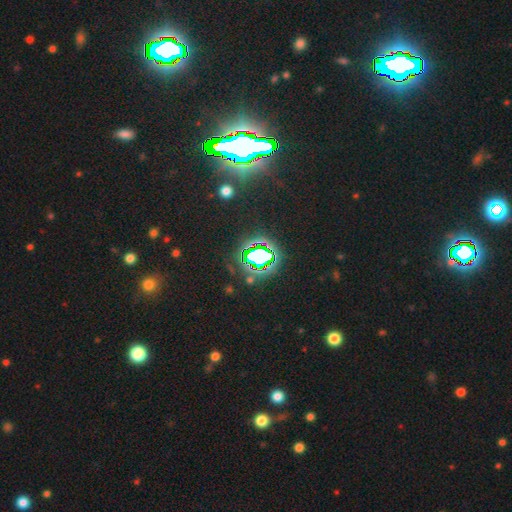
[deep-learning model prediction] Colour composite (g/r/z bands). It shows a star or artifact, not a galaxy (75%).